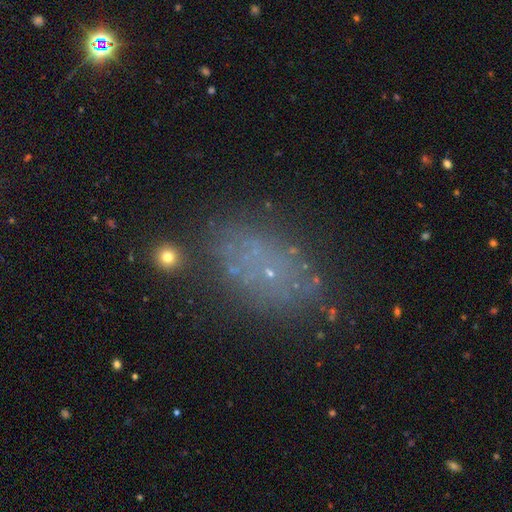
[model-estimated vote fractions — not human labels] Morphology: type=smooth (46%); merging=none (71%).